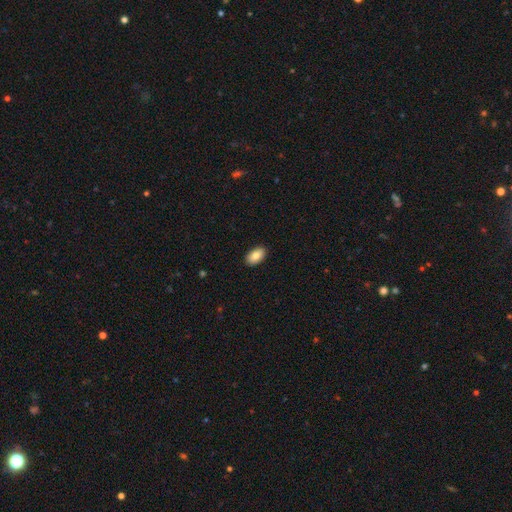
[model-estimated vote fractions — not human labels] A smooth galaxy with no disk features (86%) that is in between round and cigar-shaped (94%). Merging: none (90%).